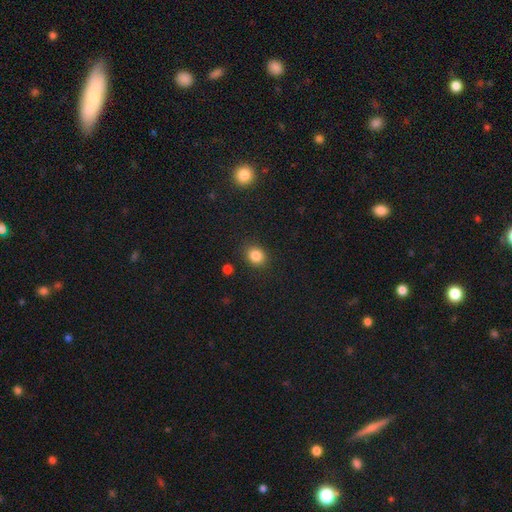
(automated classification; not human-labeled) This is clearly a smooth galaxy (84%). How rounded: likely round (70%). Merging: clearly none (87%).